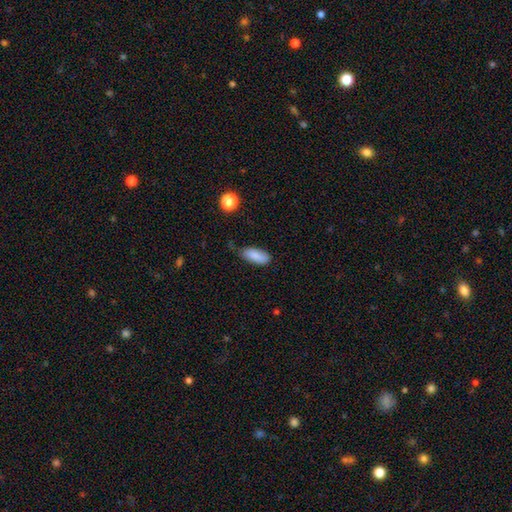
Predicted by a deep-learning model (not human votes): A smooth galaxy with no disk features (86%) that is in between round and cigar-shaped (84%). Merging: none (60%).